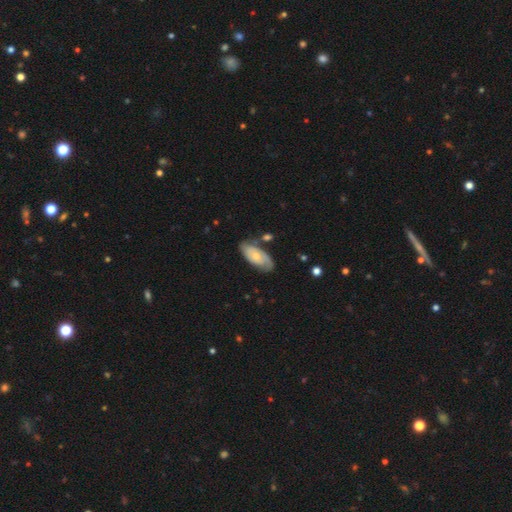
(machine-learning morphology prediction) Overall: featured or disk (53%; smooth 41%). Edge-on disk: no (91%). Merging: none (68%).